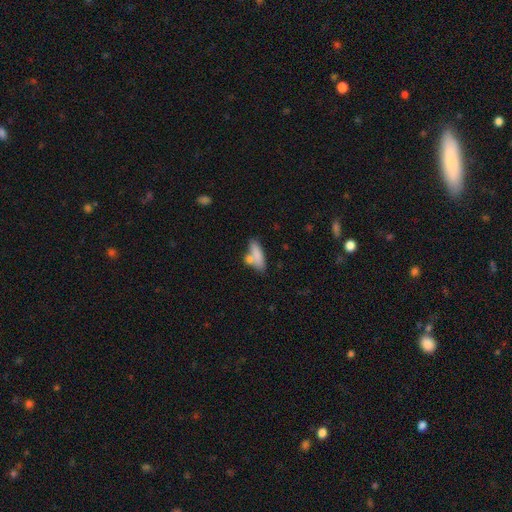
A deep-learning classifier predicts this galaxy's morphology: Smooth or featured? Predicted: smooth (p=0.80). How rounded? Predicted: in between (p=0.54). Merging? Predicted: none (p=0.52).